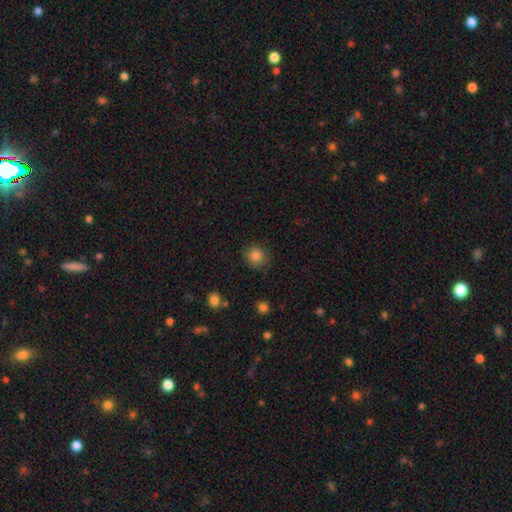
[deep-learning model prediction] Morphology: type=smooth (85%); roundness=round (87%); merging=none (86%).